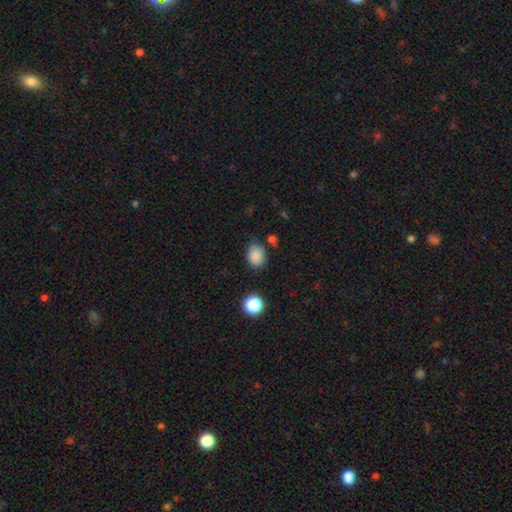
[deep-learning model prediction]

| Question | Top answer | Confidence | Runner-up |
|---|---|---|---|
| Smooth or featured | smooth | 85% | star or artifact (11%) |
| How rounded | in between | 55% | round (44%) |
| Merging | none | 71% | minor disturbance (20%) |